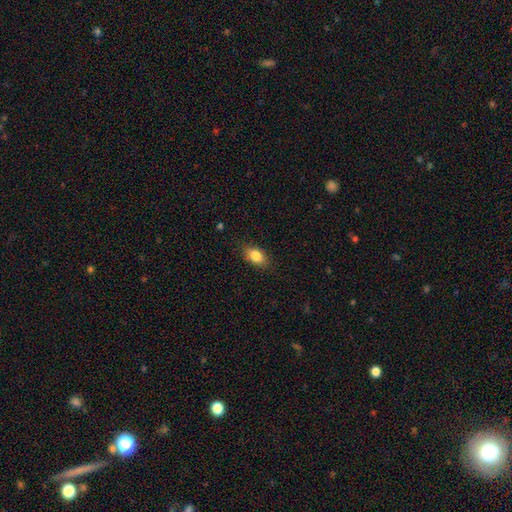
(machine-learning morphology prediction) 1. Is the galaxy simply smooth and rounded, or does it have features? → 84% smooth, 8% featured or disk, 8% star or artifact.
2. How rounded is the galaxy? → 86% in between, 10% round, 3% cigar-shaped.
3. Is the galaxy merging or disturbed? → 85% none, 12% minor disturbance, 3% major disturbance, 1% merger.